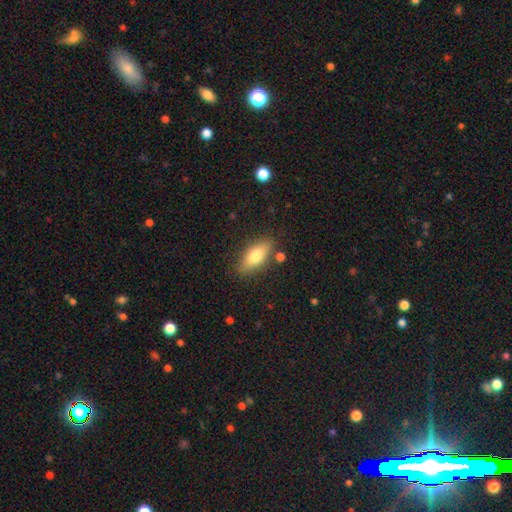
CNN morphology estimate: smooth_or_featured: smooth (p=0.73) [alt: featured or disk p=0.20]
how_rounded: in between (p=0.80) [alt: cigar-shaped p=0.17]
merging: none (p=0.81) [alt: minor disturbance p=0.12]